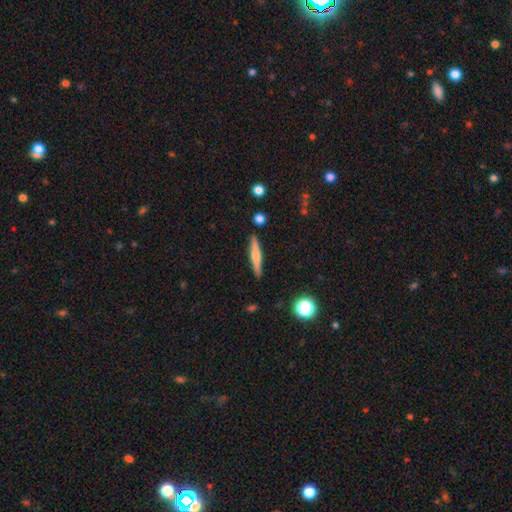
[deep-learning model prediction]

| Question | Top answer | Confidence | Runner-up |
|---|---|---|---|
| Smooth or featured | smooth | 50% | featured or disk (44%) |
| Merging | none | 89% | minor disturbance (7%) |